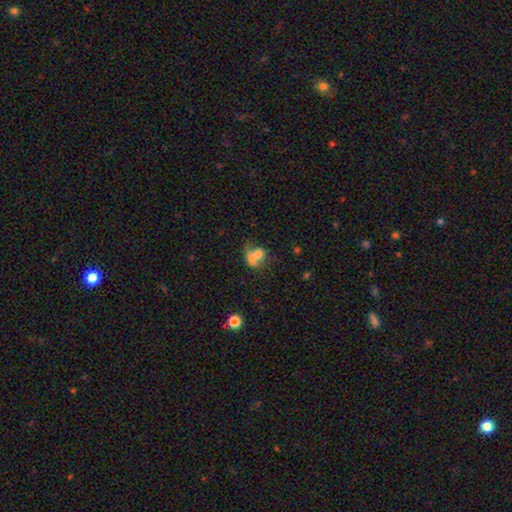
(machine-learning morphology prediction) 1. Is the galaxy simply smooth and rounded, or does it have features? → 65% smooth, 22% featured or disk, 12% star or artifact.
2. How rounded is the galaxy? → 53% round, 46% in between, 2% cigar-shaped.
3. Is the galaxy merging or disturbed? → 58% merger, 22% none, 10% major disturbance, 10% minor disturbance.